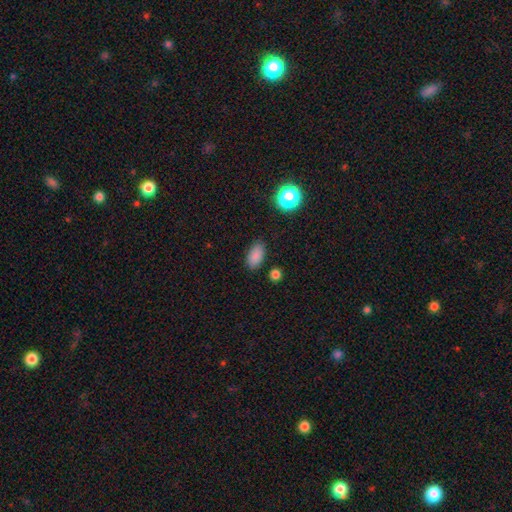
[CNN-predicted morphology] type=smooth (85%); roundness=in between (91%); merging=none (85%).